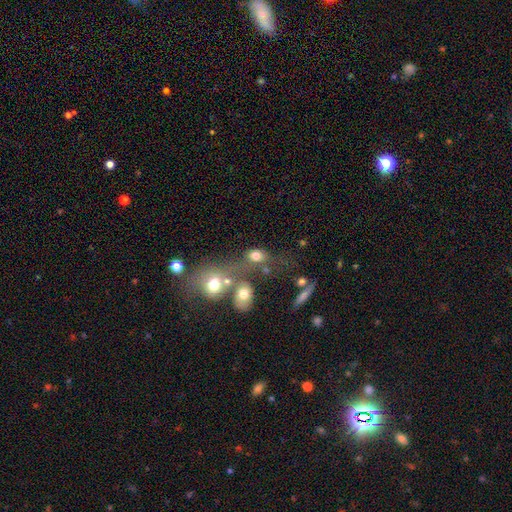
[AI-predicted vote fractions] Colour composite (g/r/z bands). It shows a smooth galaxy with no disk features (73%) that is in between round and cigar-shaped (55%). Merging: merger (41%).